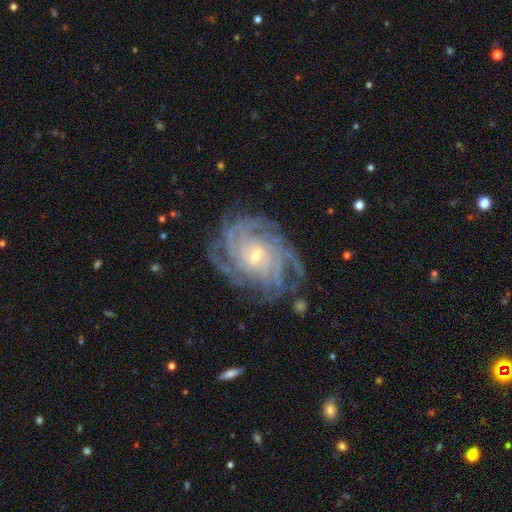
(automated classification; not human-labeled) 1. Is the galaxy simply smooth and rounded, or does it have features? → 90% featured or disk, 6% star or artifact, 4% smooth.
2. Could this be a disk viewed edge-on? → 97% no, 3% yes.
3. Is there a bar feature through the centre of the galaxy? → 57% no, 32% weak, 10% strong.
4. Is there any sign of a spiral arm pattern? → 98% yes, 2% no.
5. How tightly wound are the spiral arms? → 75% tight, 22% medium, 4% loose.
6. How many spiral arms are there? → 29% 4, 26% more than 4, 19% can't tell, 12% 3, 8% 2, 6% 1.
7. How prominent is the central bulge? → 71% small, 25% moderate, 2% large, 1% none, 1% dominant.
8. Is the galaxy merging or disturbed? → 74% none, 16% minor disturbance, 8% major disturbance, 2% merger.